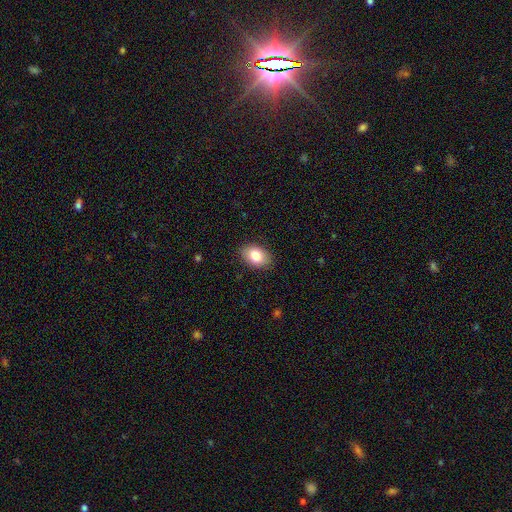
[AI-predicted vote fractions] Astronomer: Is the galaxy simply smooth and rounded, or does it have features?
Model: smooth — 82%.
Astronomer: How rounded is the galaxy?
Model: in between — 85%.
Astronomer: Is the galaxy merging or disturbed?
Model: none — 88%.